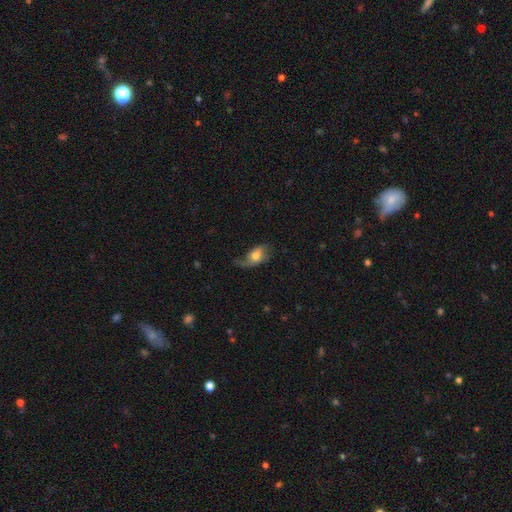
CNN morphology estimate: The model was most divided on "merging": none: 40%, minor disturbance: 33%, major disturbance: 25%, merger: 2%. More confident: how rounded — in between (86%); smooth or featured — smooth (51%).